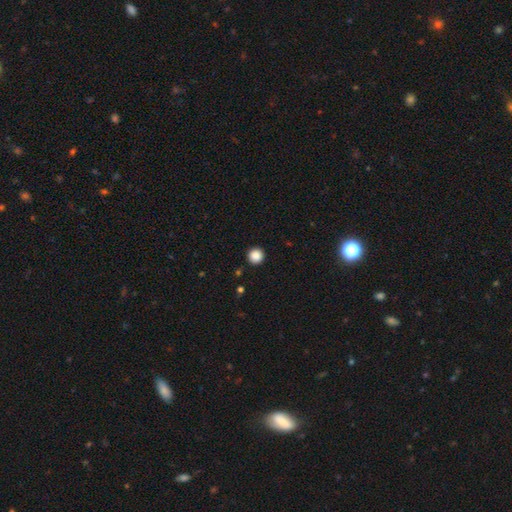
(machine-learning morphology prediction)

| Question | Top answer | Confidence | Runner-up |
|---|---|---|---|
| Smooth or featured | smooth | 88% | star or artifact (10%) |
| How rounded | round | 96% | in between (3%) |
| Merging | none | 93% | minor disturbance (4%) |